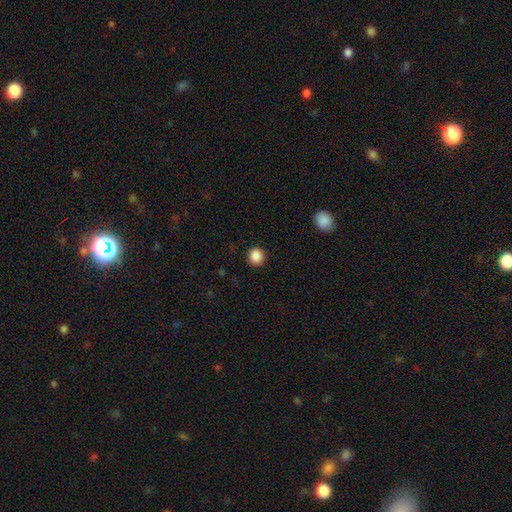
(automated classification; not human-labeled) Q: Smooth or featured?
A: smooth (88%); runner-up: star or artifact (10%)
Q: How rounded?
A: round (87%); runner-up: in between (12%)
Q: Merging?
A: none (91%); runner-up: minor disturbance (6%)